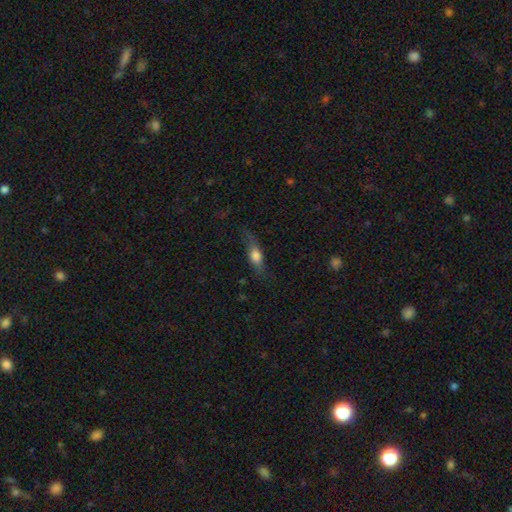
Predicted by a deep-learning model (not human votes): smooth-or-featured: smooth: 62% | featured or disk: 30% | star or artifact: 8%
  how-rounded: in between: 51% | cigar-shaped: 44% | round: 5%
  merging: none: 64% | minor disturbance: 24% | major disturbance: 10% | merger: 2%